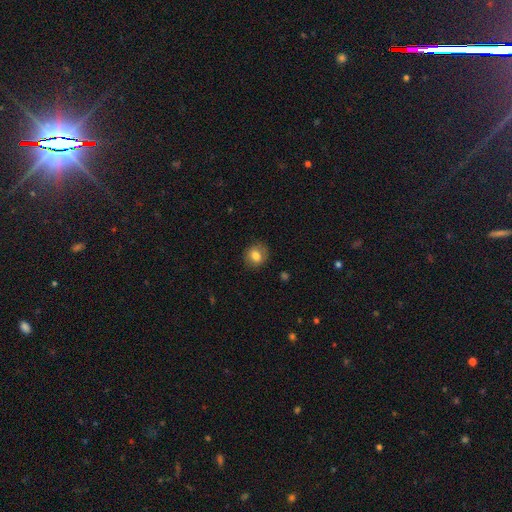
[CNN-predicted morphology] smooth-or-featured: smooth: 77% | featured or disk: 14% | star or artifact: 9%
  how-rounded: round: 71% | in between: 28% | cigar-shaped: 1%
  merging: none: 85% | minor disturbance: 11% | major disturbance: 3% | merger: 1%